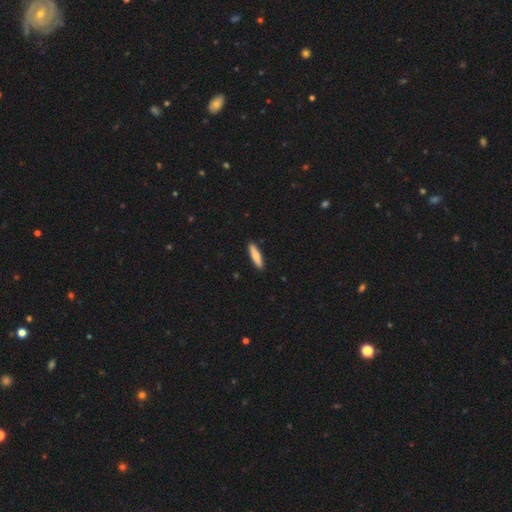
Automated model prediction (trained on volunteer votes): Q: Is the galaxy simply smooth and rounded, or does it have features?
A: smooth — 76%.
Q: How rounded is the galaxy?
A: cigar-shaped — 80%.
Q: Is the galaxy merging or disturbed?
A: none — 90%.